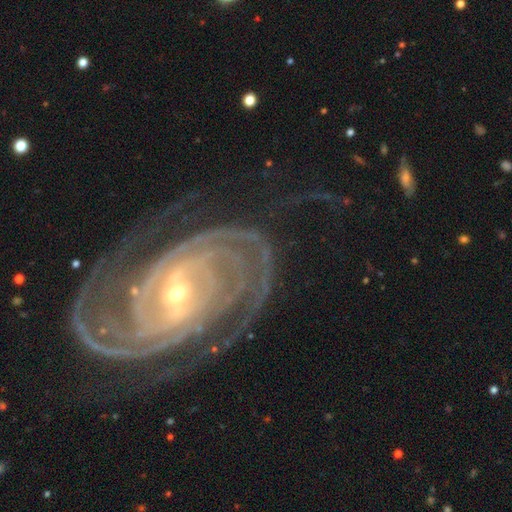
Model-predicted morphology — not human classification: Q: Smooth or featured?
A: featured or disk (92%); runner-up: star or artifact (5%)
Q: Edge-on disk?
A: no (97%); runner-up: yes (3%)
Q: Bar?
A: strong (37%); tied with: weak (37%)
Q: Spiral arms?
A: yes (99%); runner-up: no (1%)
Q: Spiral winding?
A: tight (74%); runner-up: medium (22%)
Q: Spiral arm count?
A: 2 (24%); runner-up: 4 (20%)
Q: Bulge size?
A: small (68%); runner-up: moderate (28%)
Q: Merging?
A: none (71%); runner-up: minor disturbance (16%)